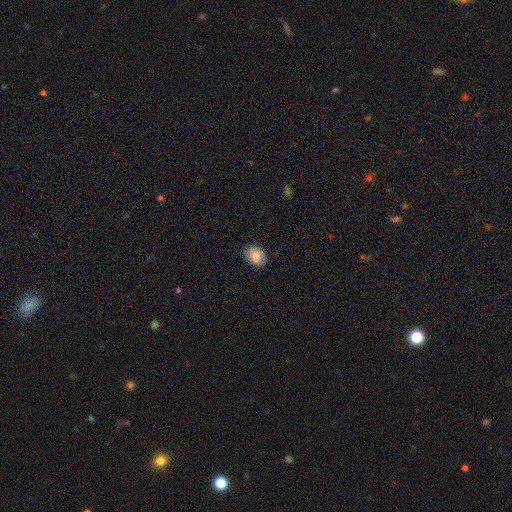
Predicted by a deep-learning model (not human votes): Morphology: type=smooth (80%); roundness=in between (61%); merging=none (81%).